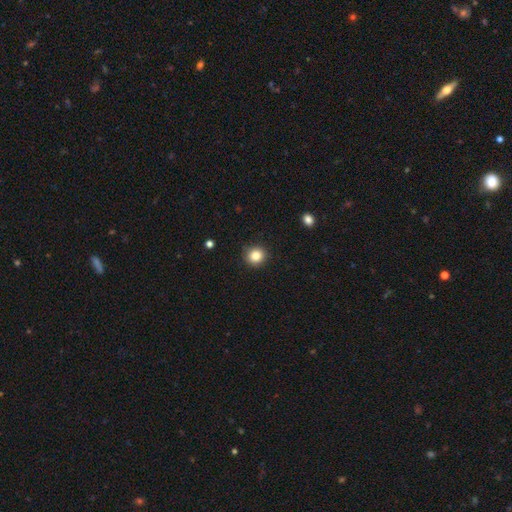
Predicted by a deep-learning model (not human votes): Q: Smooth or featured?
A: smooth (85%); runner-up: star or artifact (11%)
Q: How rounded?
A: round (90%); runner-up: in between (9%)
Q: Merging?
A: none (89%); runner-up: minor disturbance (8%)